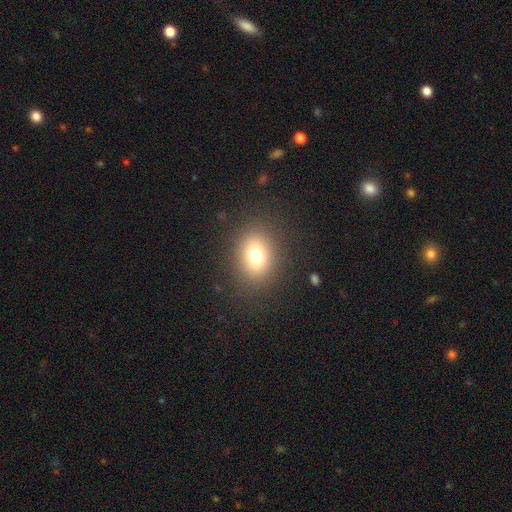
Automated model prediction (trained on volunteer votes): A smooth galaxy with no disk features (73%) that is round (50%).

Vote fractions:
- Smooth or featured? smooth: 73% / star or artifact: 15% / featured or disk: 12%
- How rounded? round: 50% / in between: 49% / cigar-shaped: 1%
- Merging? none: 85% / minor disturbance: 8% / major disturbance: 5% / merger: 1%